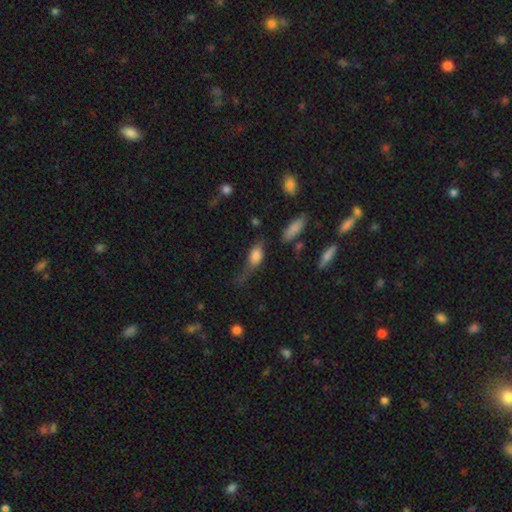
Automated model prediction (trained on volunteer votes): Smooth or featured? Predicted: smooth (p=0.75). How rounded? Predicted: in between (p=0.81). Merging? Predicted: major disturbance (p=0.33).